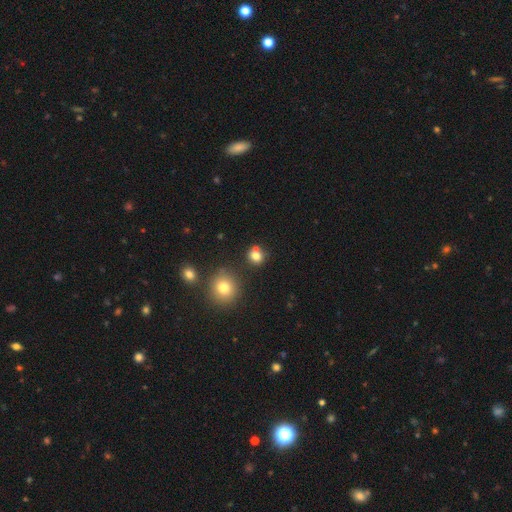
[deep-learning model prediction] smooth-or-featured: smooth: 77% | star or artifact: 15% | featured or disk: 9%
  how-rounded: round: 84% | in between: 15% | cigar-shaped: 1%
  merging: none: 66% | merger: 21% | minor disturbance: 10% | major disturbance: 4%